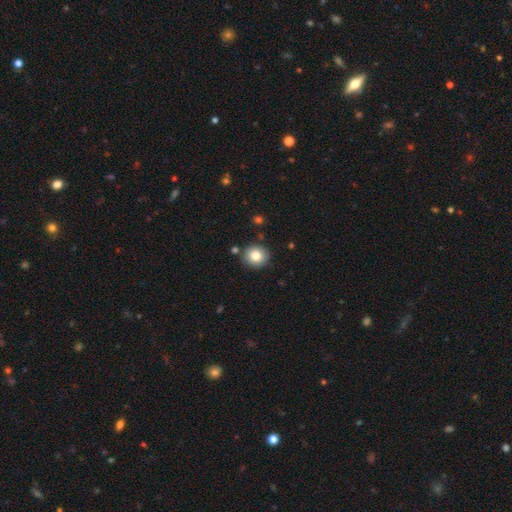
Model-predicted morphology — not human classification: type=smooth (81%); roundness=round (89%); merging=none (87%).